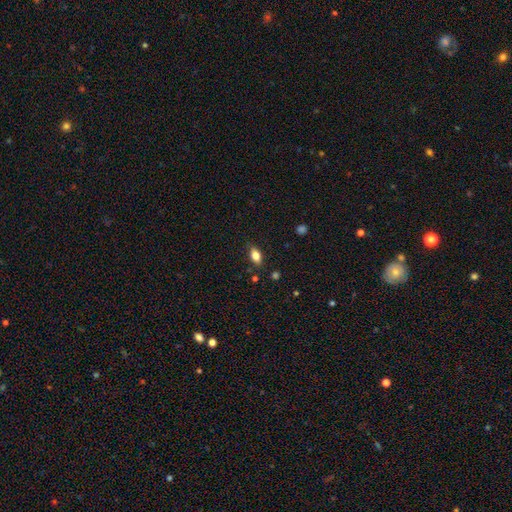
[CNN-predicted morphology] smooth 79%, featured or disk 12%, star or artifact 9%. Down the decision tree: how rounded — in between (87%); merging — none (84%).